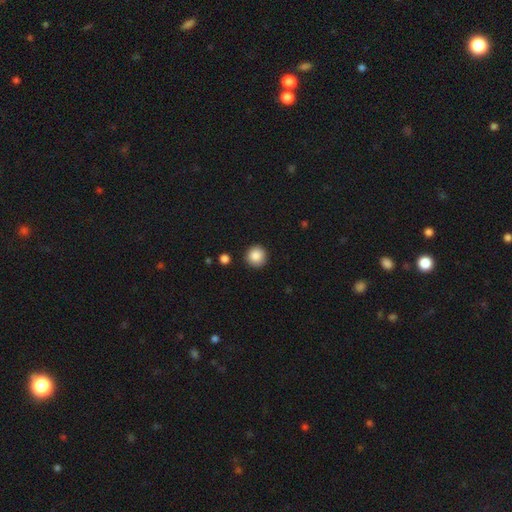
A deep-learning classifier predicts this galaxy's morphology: smooth 88%, star or artifact 9%, featured or disk 4%. Down the decision tree: how rounded — round (94%); merging — none (91%).